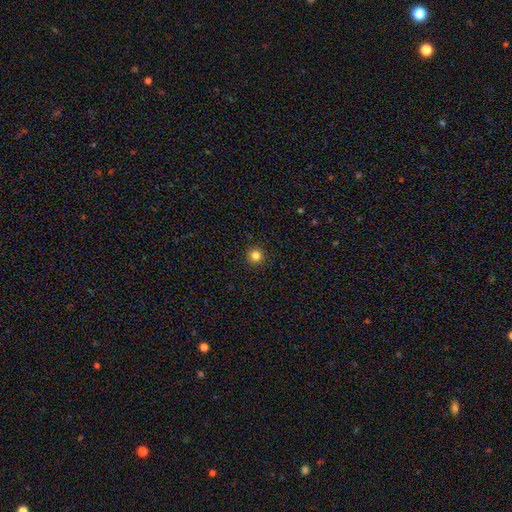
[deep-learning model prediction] A smooth galaxy with no disk features (82%) that is round (96%).

Vote fractions:
- Smooth or featured? smooth: 82% / star or artifact: 13% / featured or disk: 5%
- How rounded? round: 96% / in between: 3% / cigar-shaped: 1%
- Merging? none: 93% / minor disturbance: 4% / major disturbance: 2% / merger: 1%